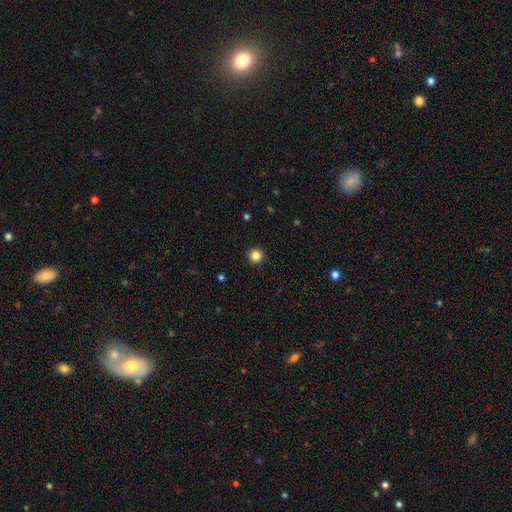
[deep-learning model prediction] Smooth or featured: smooth — 85% (star or artifact — 11%)
How rounded: round — 96% (in between — 3%)
Merging: none — 93% (minor disturbance — 4%)